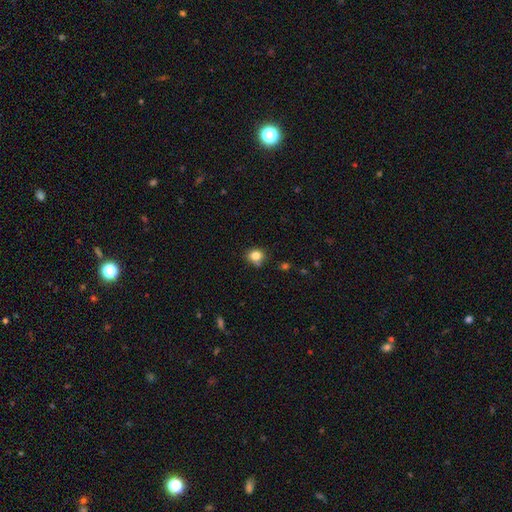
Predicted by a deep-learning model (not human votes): smooth-or-featured: smooth: 82% | star or artifact: 11% | featured or disk: 7%
  how-rounded: round: 71% | in between: 28% | cigar-shaped: 1%
  merging: none: 69% | minor disturbance: 21% | merger: 5% | major disturbance: 5%